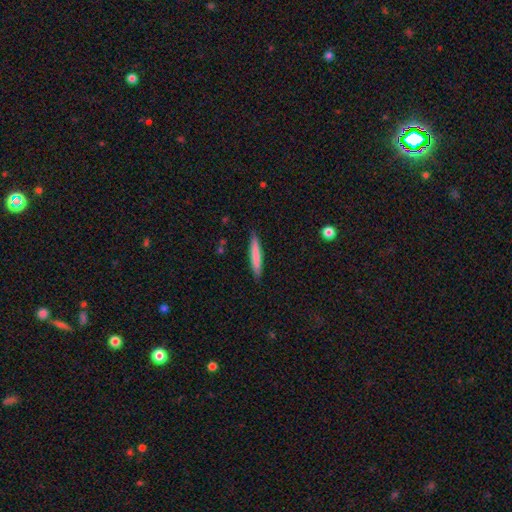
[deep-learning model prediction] smooth_or_featured: smooth (p=0.75) [alt: featured or disk p=0.19]
how_rounded: cigar-shaped (p=0.94) [alt: in between p=0.05]
merging: none (p=0.89) [alt: minor disturbance p=0.09]